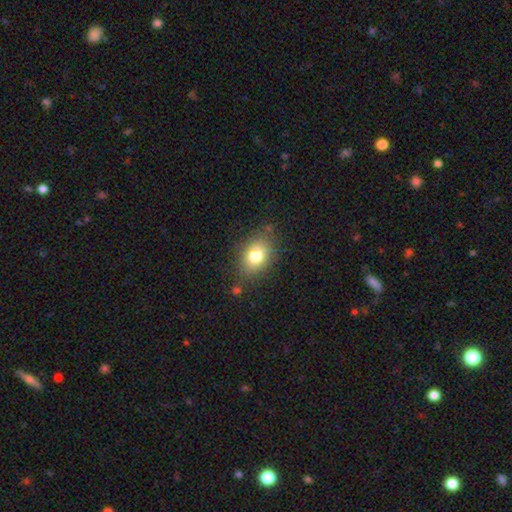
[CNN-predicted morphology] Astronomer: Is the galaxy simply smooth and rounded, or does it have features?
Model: smooth — 79%.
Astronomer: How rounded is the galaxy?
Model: in between — 70%.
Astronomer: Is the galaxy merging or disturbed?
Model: none — 78%.